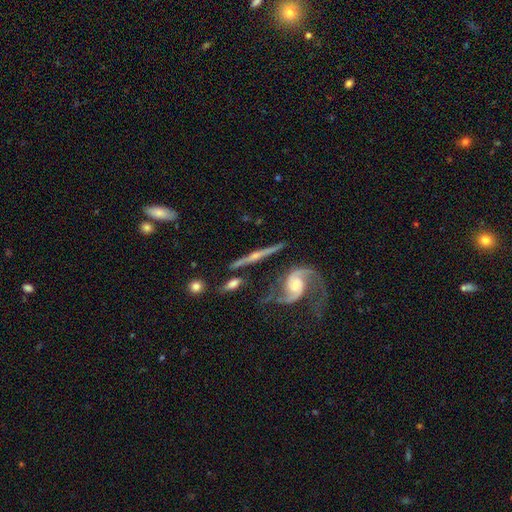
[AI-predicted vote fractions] Smooth or featured?
  - featured or disk: 82% *
  - smooth: 11%
  - star or artifact: 7%
Edge-on disk?
  - yes: 72% *
  - no: 28%
Edge-on bulge?
  - rounded: 83% *
  - none: 11%
  - boxy: 5%
Merging?
  - none: 64% *
  - minor disturbance: 17%
  - merger: 11%
  - major disturbance: 8%